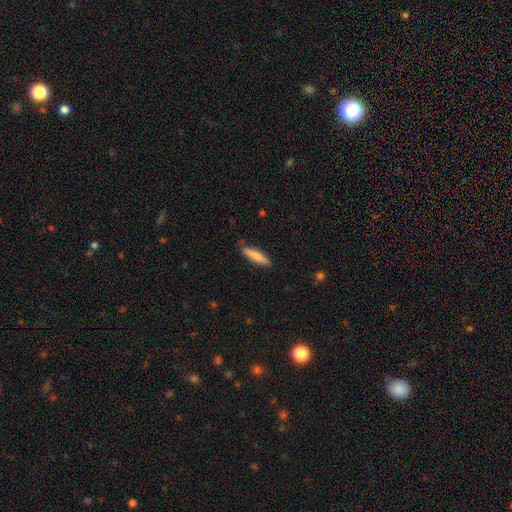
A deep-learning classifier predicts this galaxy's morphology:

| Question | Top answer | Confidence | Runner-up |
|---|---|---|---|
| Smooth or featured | smooth | 79% | featured or disk (15%) |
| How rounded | cigar-shaped | 81% | in between (18%) |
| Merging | none | 84% | minor disturbance (13%) |